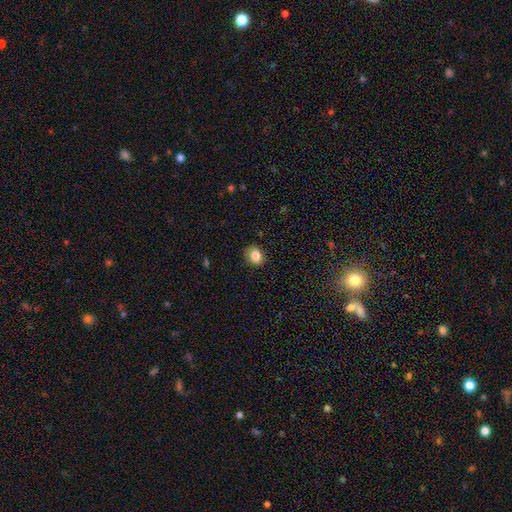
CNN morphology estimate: Smooth or featured? smooth (83%)
How rounded? in between (51%)
Merging? none (77%)